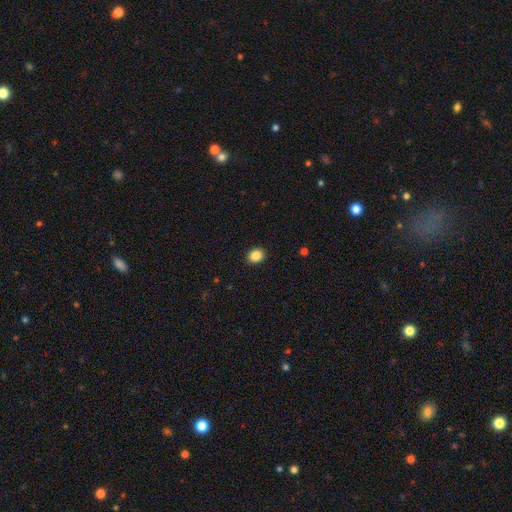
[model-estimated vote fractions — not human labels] This appears to be a smooth galaxy with no disk features (86%) that is round (53%). Merging: none (91%).